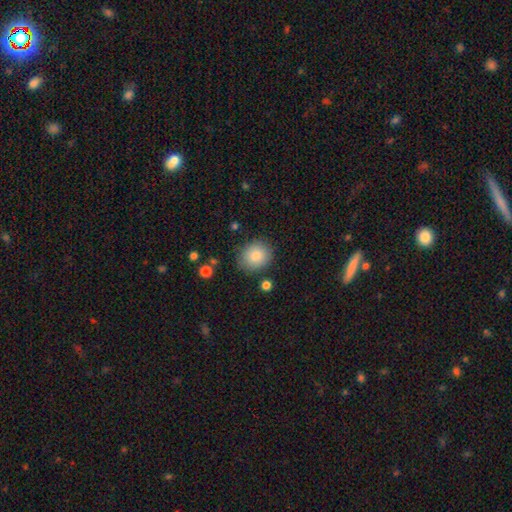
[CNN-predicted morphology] This is clearly a smooth galaxy (82%). How rounded: likely round (72%). Merging: clearly none (84%).